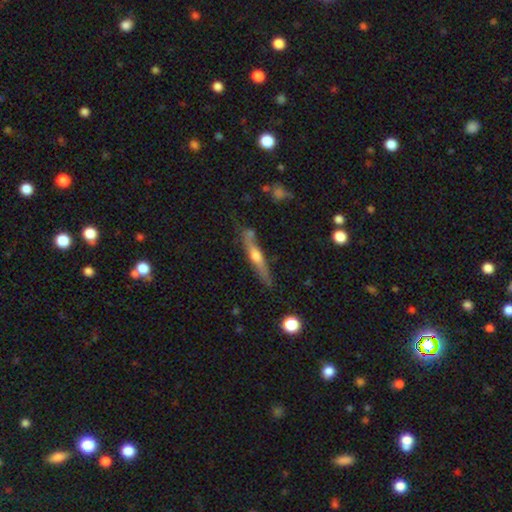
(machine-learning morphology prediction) A featured or disk galaxy (61%) viewed edge-on (93%) with a rounded central bulge (84%). Merging: none (73%).